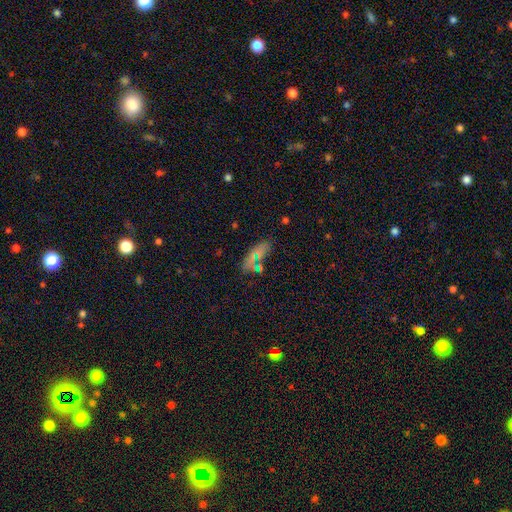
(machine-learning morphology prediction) smooth 61%, star or artifact 25%, featured or disk 14%. Down the decision tree: how rounded — in between (76%); merging — none (70%).